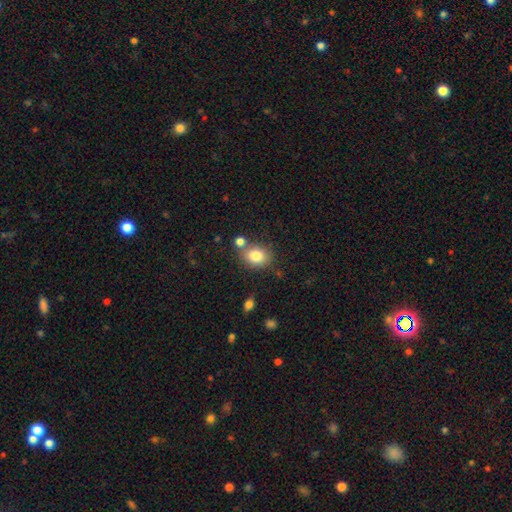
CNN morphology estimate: Smooth or featured?
  - smooth: 81% *
  - star or artifact: 10%
  - featured or disk: 9%
How rounded?
  - in between: 55% *
  - round: 44%
  - cigar-shaped: 1%
Merging?
  - none: 65% *
  - merger: 17%
  - minor disturbance: 13%
  - major disturbance: 4%